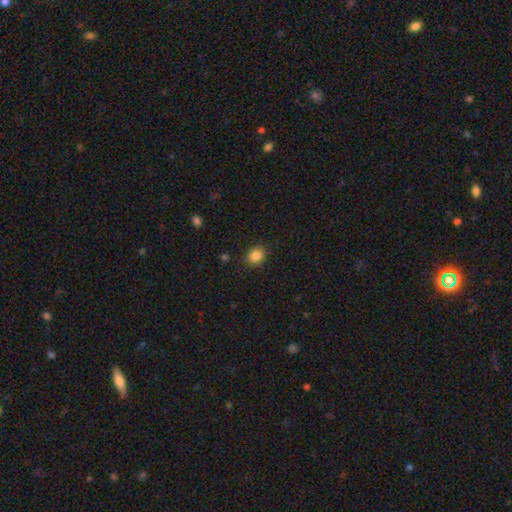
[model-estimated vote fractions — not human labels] Smooth or featured? smooth (85%)
How rounded? round (64%)
Merging? none (87%)